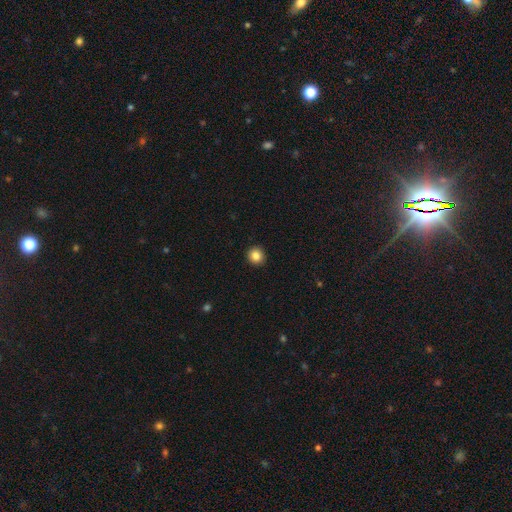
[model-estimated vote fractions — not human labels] This is clearly a smooth galaxy (85%). How rounded: clearly round (94%). Merging: clearly none (93%).